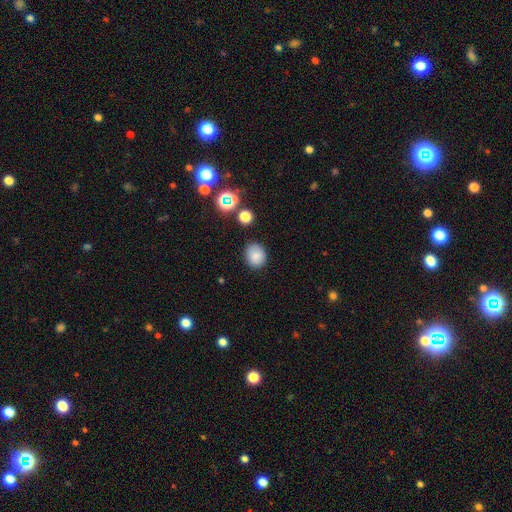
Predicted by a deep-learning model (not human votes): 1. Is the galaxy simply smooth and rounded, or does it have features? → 82% smooth, 11% star or artifact, 6% featured or disk.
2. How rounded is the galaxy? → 58% round, 41% in between, 1% cigar-shaped.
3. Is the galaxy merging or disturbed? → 82% none, 13% minor disturbance, 3% major disturbance, 2% merger.